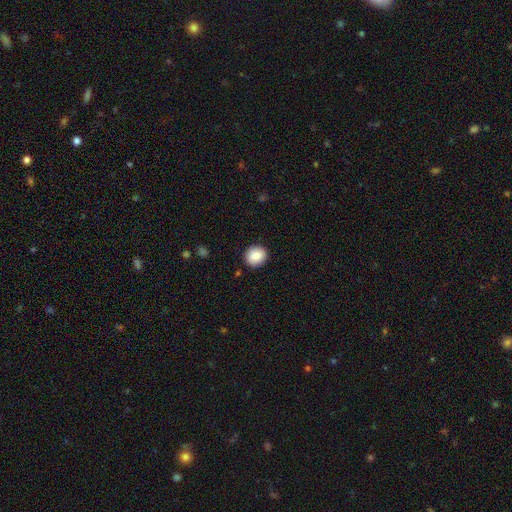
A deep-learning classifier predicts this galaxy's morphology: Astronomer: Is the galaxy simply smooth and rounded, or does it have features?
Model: smooth — 87%.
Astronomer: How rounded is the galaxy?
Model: round — 84%.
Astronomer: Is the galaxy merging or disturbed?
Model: none — 90%.